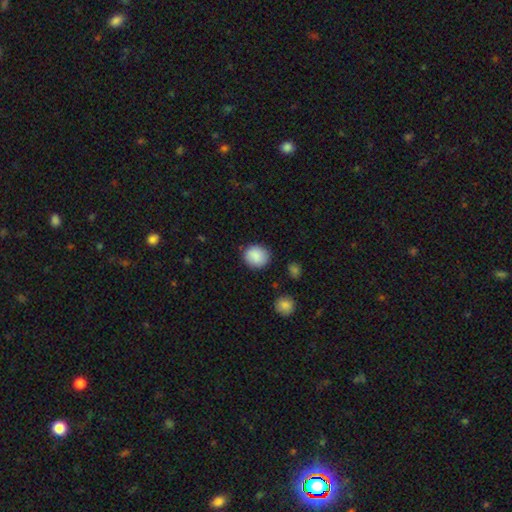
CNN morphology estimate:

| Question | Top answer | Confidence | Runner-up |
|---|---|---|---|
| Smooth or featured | smooth | 88% | star or artifact (7%) |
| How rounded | round | 80% | in between (19%) |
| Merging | none | 85% | minor disturbance (11%) |